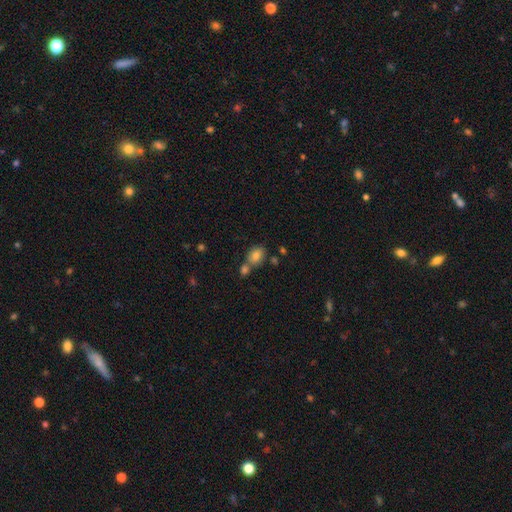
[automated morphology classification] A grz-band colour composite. It shows a smooth galaxy with no disk features (79%) that is in between round and cigar-shaped (67%). Merging: none (53%).